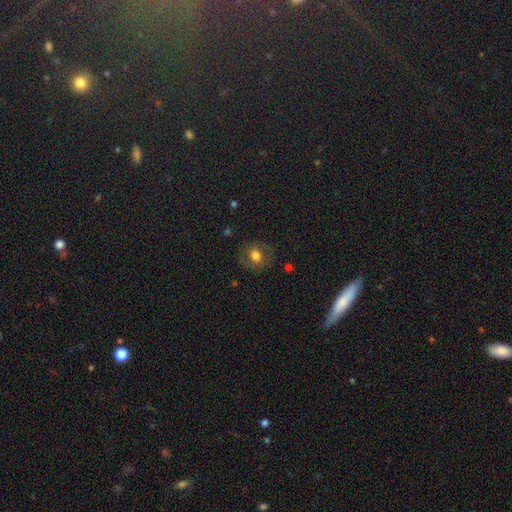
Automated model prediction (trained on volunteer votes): This appears to be a smooth galaxy with no disk features (70%) that is round (71%). Merging: none (81%).